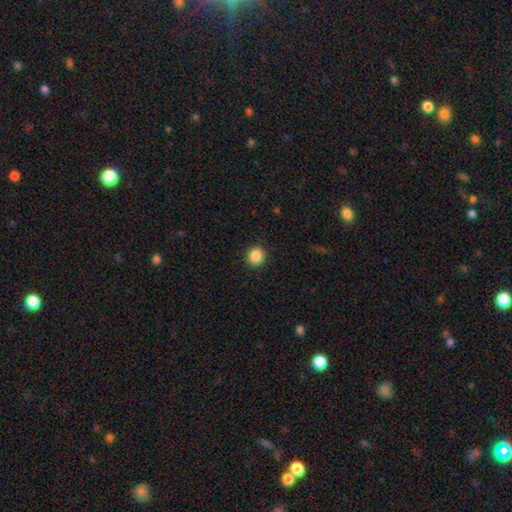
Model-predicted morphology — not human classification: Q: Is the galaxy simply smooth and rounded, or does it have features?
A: smooth — 87%.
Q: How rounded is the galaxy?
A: round — 91%.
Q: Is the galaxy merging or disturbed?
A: none — 92%.